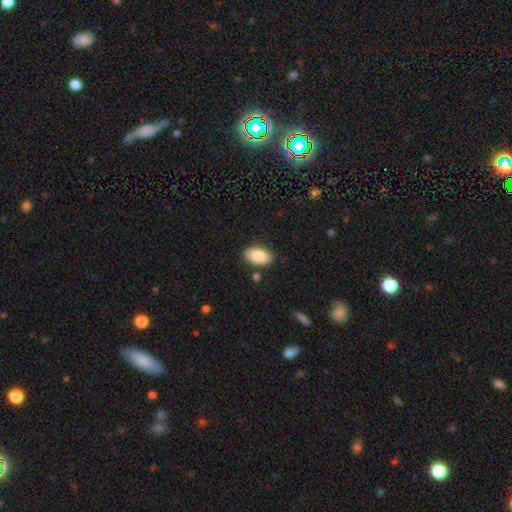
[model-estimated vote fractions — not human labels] The model was most divided on "merging": none: 83%, minor disturbance: 11%, merger: 3%, major disturbance: 3%. More confident: how rounded — in between (94%); smooth or featured — smooth (88%).